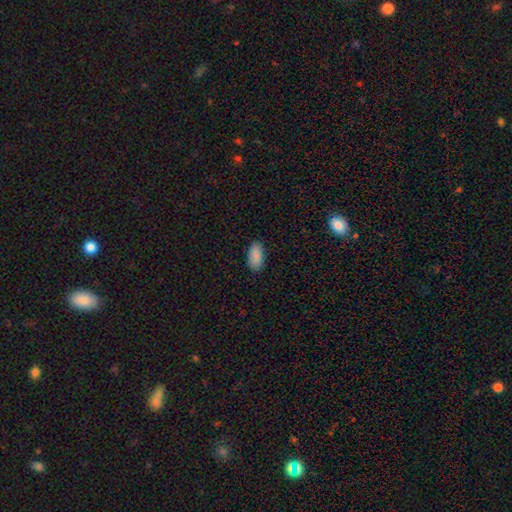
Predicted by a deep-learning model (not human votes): Q: Smooth or featured?
A: smooth (89%); runner-up: star or artifact (7%)
Q: How rounded?
A: in between (93%); runner-up: cigar-shaped (5%)
Q: Merging?
A: none (84%); runner-up: minor disturbance (12%)